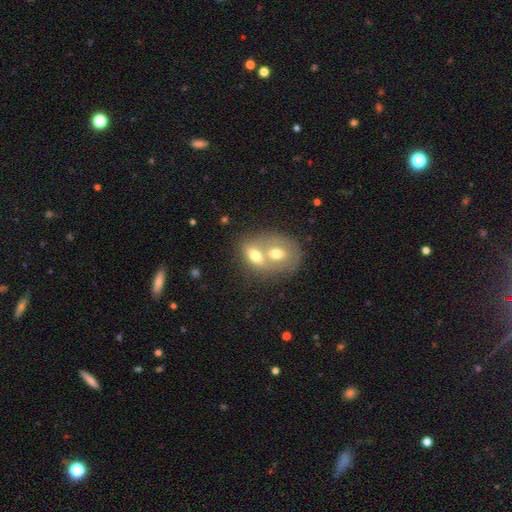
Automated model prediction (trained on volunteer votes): Smooth or featured? Predicted: smooth (p=0.63). How rounded? Predicted: in between (p=0.71). Merging? Predicted: merger (p=0.70).